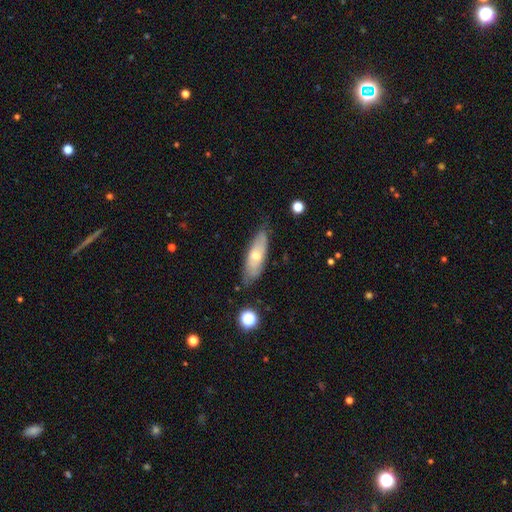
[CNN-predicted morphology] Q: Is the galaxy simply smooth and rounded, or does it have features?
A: smooth — 47%.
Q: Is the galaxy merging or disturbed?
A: none — 75%.